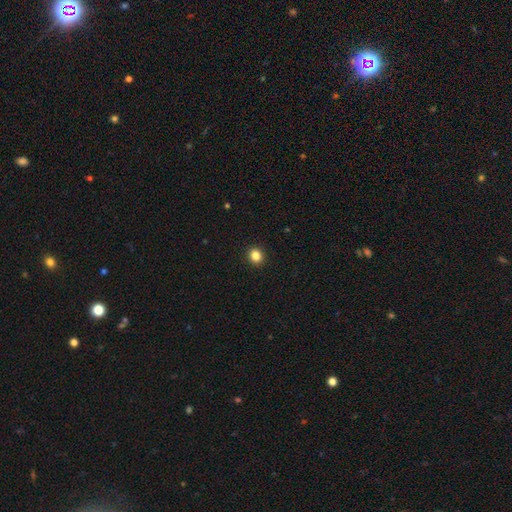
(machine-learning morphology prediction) Smooth or featured? smooth (85%)
How rounded? round (78%)
Merging? none (93%)